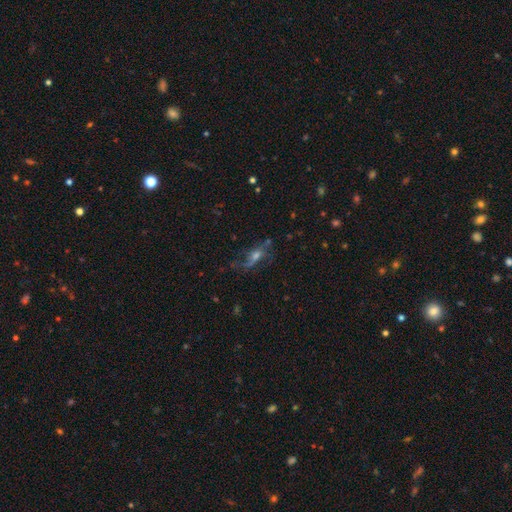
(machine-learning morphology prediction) smooth-or-featured: featured or disk: 55% | smooth: 26% | star or artifact: 19%
  disk-edge-on: no: 75% | yes: 25%
  merging: none: 53% | major disturbance: 22% | minor disturbance: 20% | merger: 4%